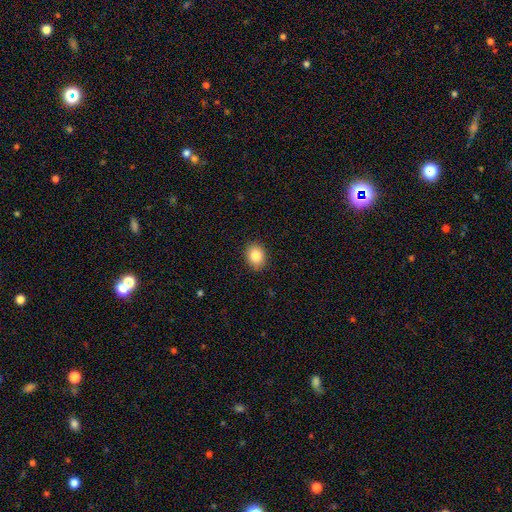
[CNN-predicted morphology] smooth_or_featured: smooth (p=0.86) [alt: star or artifact p=0.08]
how_rounded: in between (p=0.54) [alt: round p=0.45]
merging: none (p=0.89) [alt: minor disturbance p=0.08]